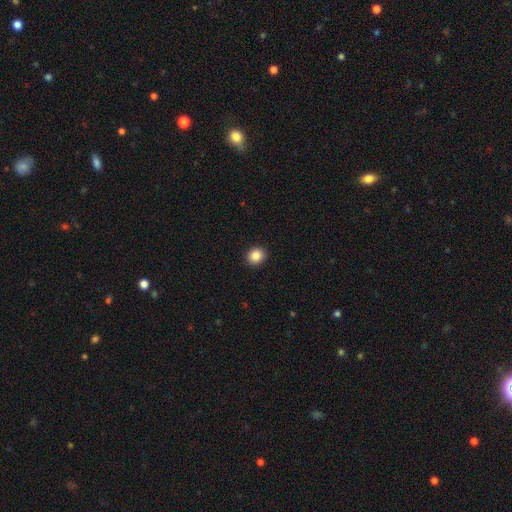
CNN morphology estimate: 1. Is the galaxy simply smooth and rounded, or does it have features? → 87% smooth, 9% star or artifact, 4% featured or disk.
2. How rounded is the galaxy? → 81% round, 18% in between, 1% cigar-shaped.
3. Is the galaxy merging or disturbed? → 92% none, 5% minor disturbance, 2% major disturbance, 1% merger.